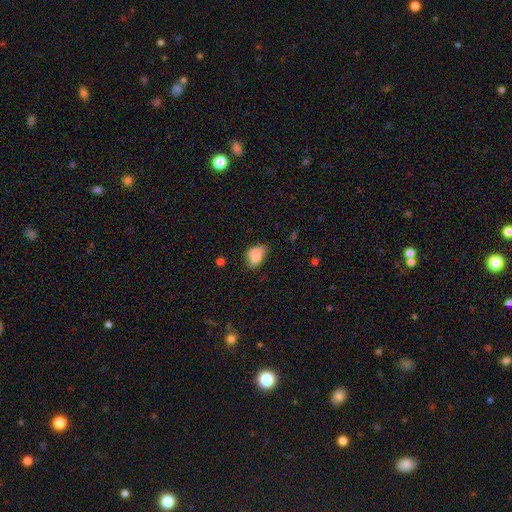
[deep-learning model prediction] This is likely a smooth galaxy (75%). How rounded: likely in between (79%). Merging: marginally none (37%).